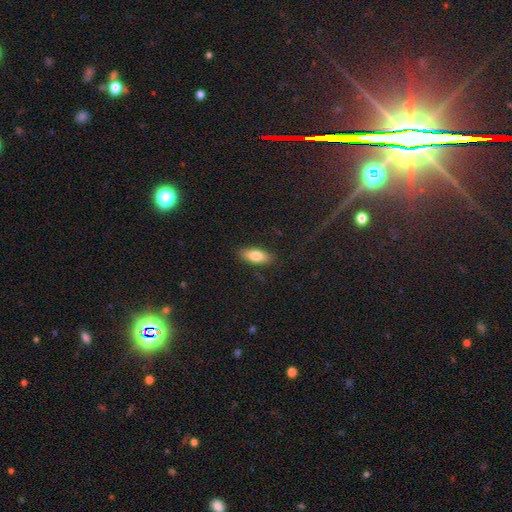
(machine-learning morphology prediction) smooth_or_featured: smooth (p=0.80) [alt: featured or disk p=0.13]
how_rounded: in between (p=0.79) [alt: cigar-shaped p=0.18]
merging: none (p=0.87) [alt: minor disturbance p=0.10]